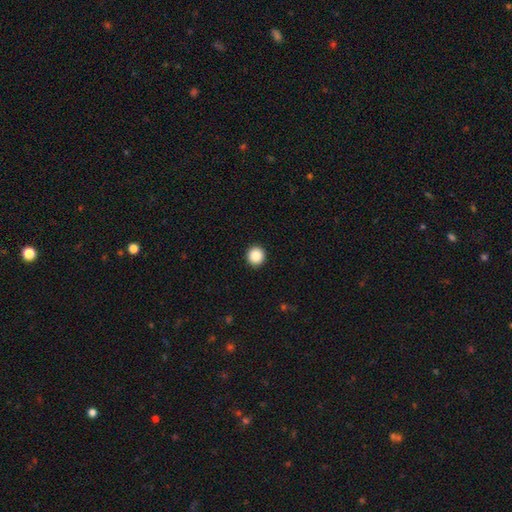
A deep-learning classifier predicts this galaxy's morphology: Smooth or featured? smooth (87%)
How rounded? round (95%)
Merging? none (94%)